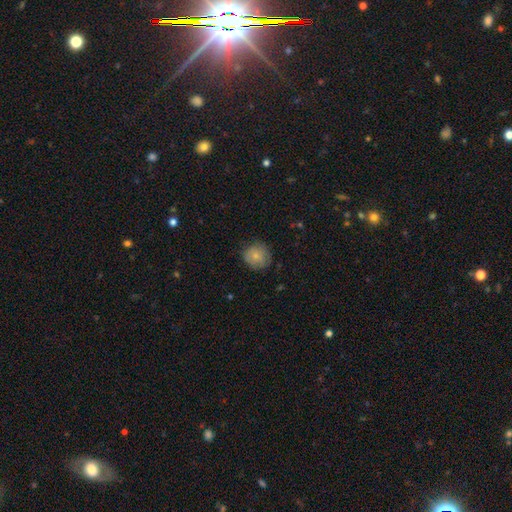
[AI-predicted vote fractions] This appears to be a smooth galaxy with no disk features (80%) that is round (88%). Merging: none (78%).